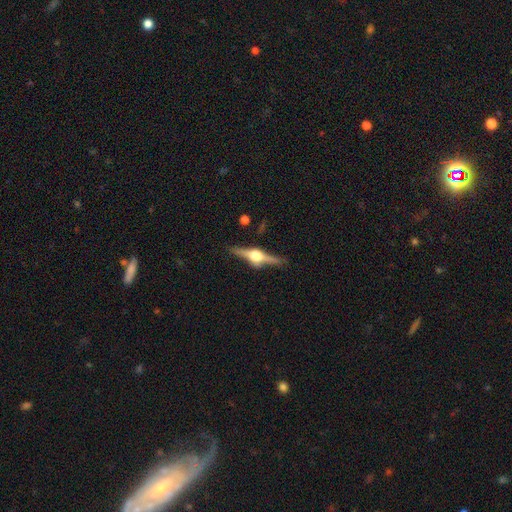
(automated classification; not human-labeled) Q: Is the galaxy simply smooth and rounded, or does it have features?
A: featured or disk — 83%.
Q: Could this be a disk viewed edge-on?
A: yes — 98%.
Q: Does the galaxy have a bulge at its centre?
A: rounded — 95%.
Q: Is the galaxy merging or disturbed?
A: none — 86%.